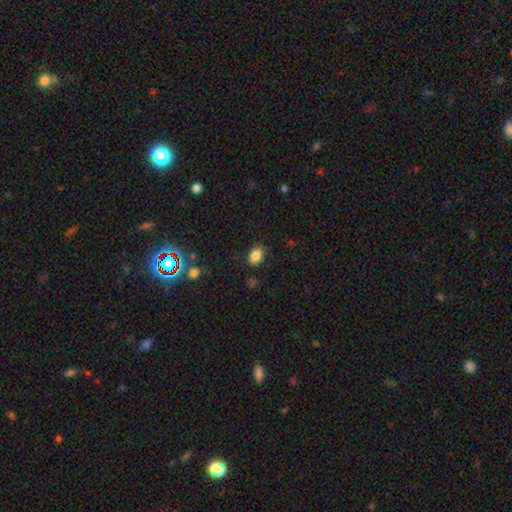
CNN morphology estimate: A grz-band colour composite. It shows a smooth galaxy with no disk features (85%) that is in between round and cigar-shaped (76%). Merging: none (84%).